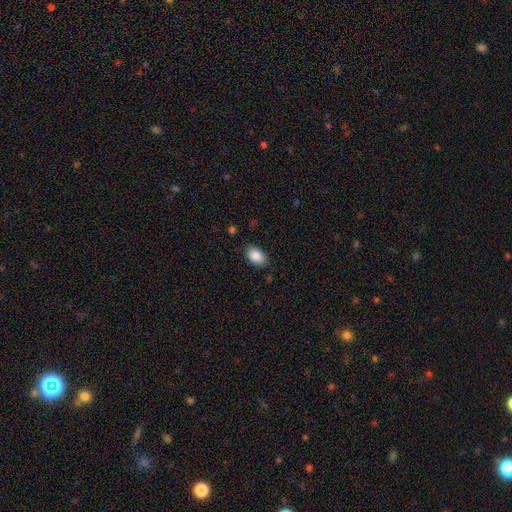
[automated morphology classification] This appears to be a smooth galaxy with no disk features (87%) that is in between round and cigar-shaped (91%). Merging: none (85%).